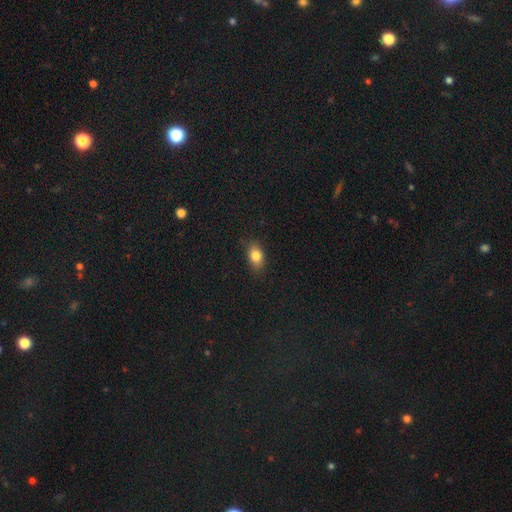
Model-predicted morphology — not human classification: smooth_or_featured: smooth (p=0.82) [alt: star or artifact p=0.10]
how_rounded: in between (p=0.80) [alt: round p=0.17]
merging: none (p=0.84) [alt: minor disturbance p=0.12]